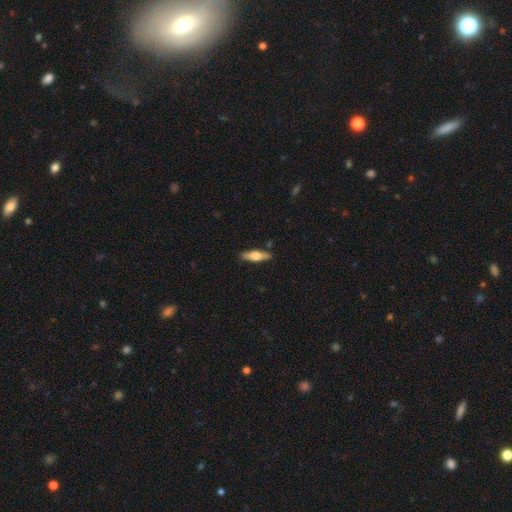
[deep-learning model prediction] Morphology: type=featured or disk (48%); merging=none (86%).